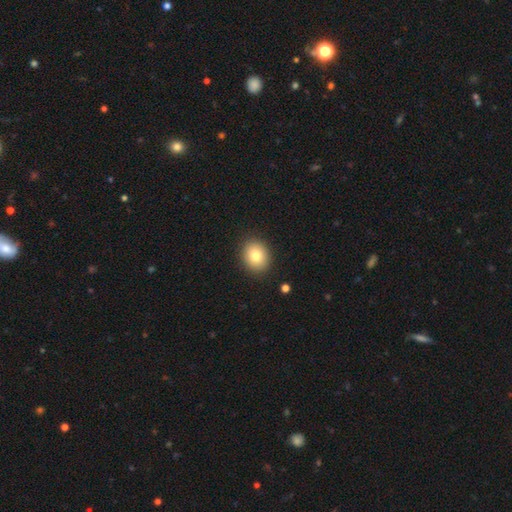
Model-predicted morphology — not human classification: Q: Smooth or featured?
A: smooth (80%); runner-up: featured or disk (10%)
Q: How rounded?
A: round (67%); runner-up: in between (32%)
Q: Merging?
A: none (90%); runner-up: minor disturbance (7%)